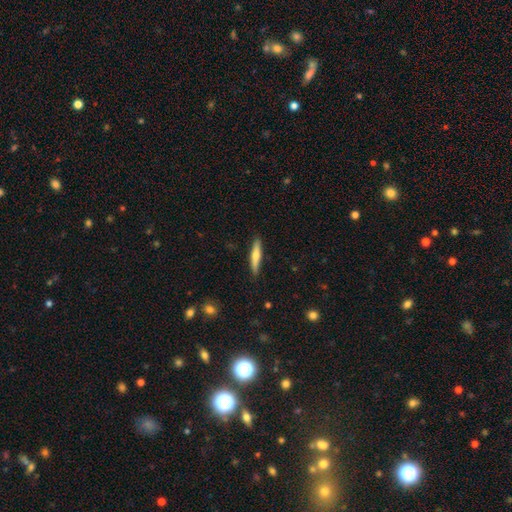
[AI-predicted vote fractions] Q: Smooth or featured?
A: smooth (59%); runner-up: featured or disk (36%)
Q: How rounded?
A: cigar-shaped (89%); runner-up: in between (9%)
Q: Merging?
A: none (89%); runner-up: minor disturbance (8%)